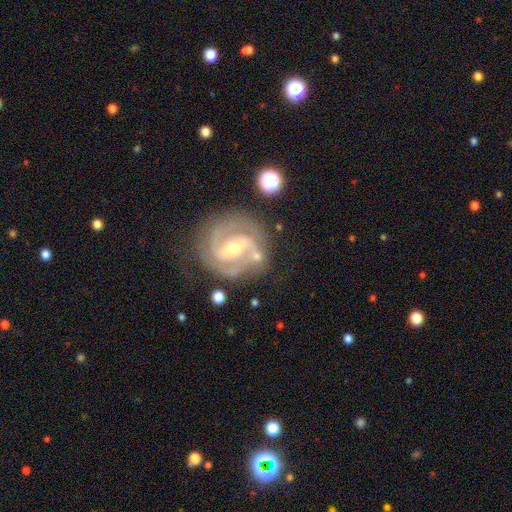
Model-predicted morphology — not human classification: This is clearly a featured or disk galaxy (88%). It is clearly not viewed edge-on (97%). Bar: marginally strong (44%). Spiral arm pattern: clearly yes (97%). Spiral arm count: likely 2 (64%). Spiral winding: possibly medium (47%). Central bulge: possibly moderate (48%, tied with small). Merging: likely none (72%).